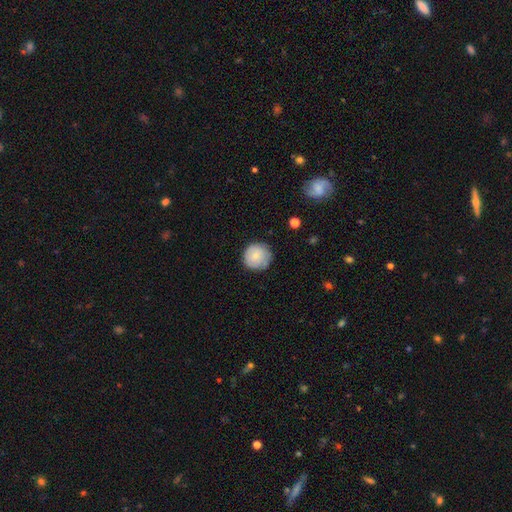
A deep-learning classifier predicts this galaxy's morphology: This is clearly a smooth galaxy (80%). How rounded: clearly round (93%). Merging: likely none (78%).